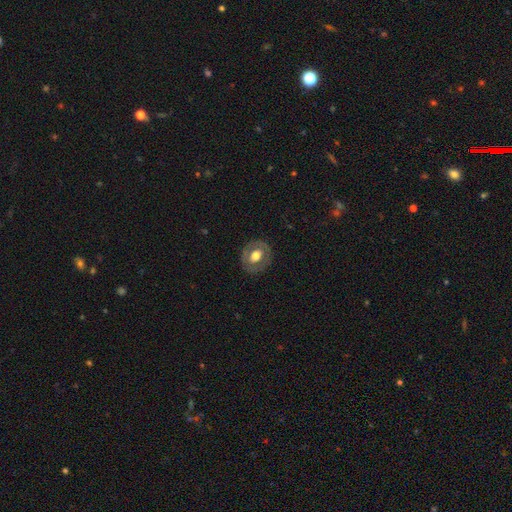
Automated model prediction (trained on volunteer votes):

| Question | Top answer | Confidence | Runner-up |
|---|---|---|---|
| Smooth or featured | smooth | 48% | featured or disk (46%) |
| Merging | none | 83% | minor disturbance (12%) |